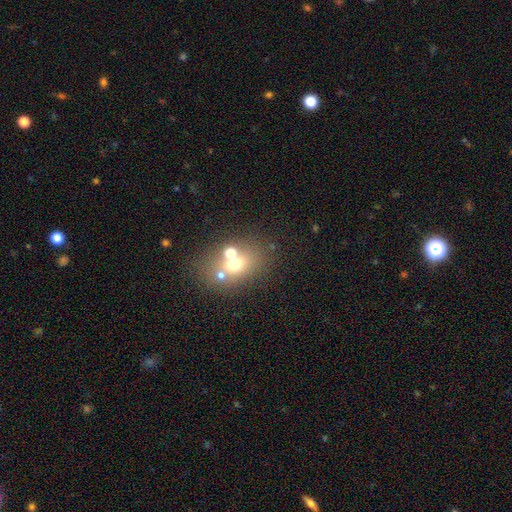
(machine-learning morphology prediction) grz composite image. It shows a smooth galaxy with no disk features (48%). Merging: none (50%).